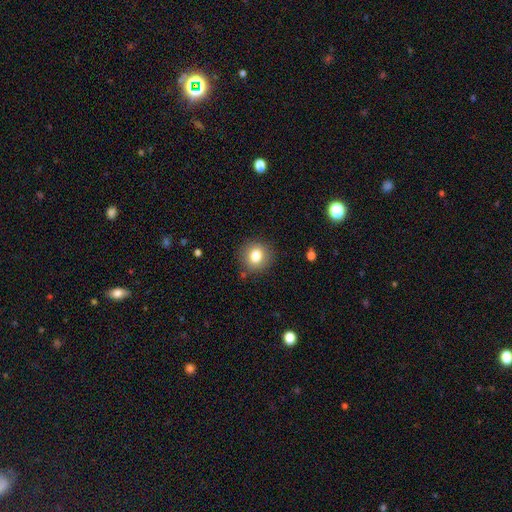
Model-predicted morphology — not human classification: A smooth galaxy with no disk features (80%) that is round (86%). Merging: none (87%).